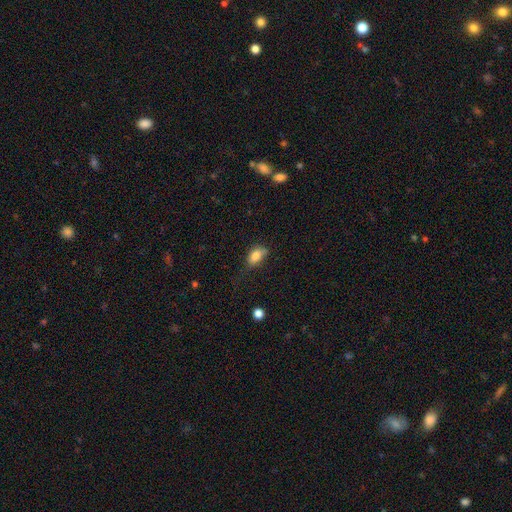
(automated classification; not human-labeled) This is clearly a smooth galaxy (83%). How rounded: clearly in between (85%). Merging: possibly none (48%).